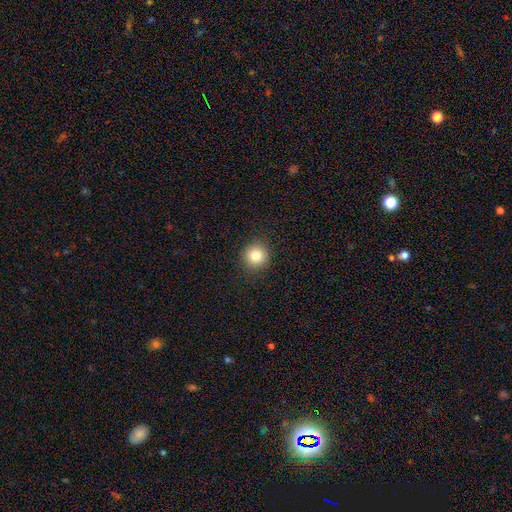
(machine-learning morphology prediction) Smooth or featured: smooth — 81% (star or artifact — 12%)
How rounded: round — 93% (in between — 6%)
Merging: none — 91% (minor disturbance — 6%)